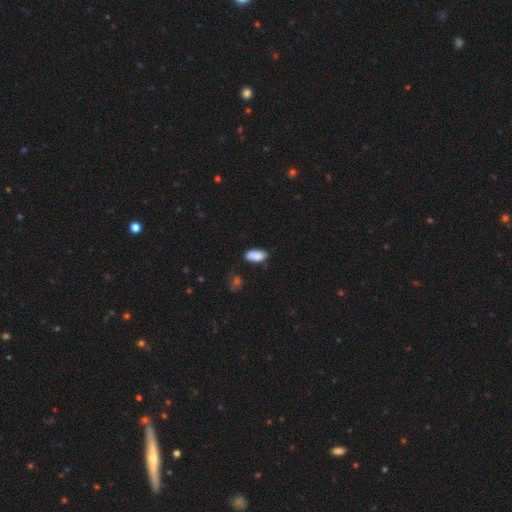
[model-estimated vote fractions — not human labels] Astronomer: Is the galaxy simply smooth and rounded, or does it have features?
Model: smooth — 87%.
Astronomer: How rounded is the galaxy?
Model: in between — 91%.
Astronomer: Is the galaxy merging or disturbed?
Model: none — 69%.